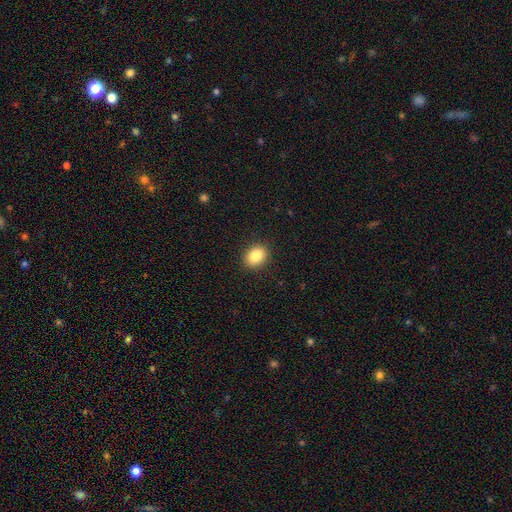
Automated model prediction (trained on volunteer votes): Smooth or featured? Predicted: smooth (p=0.86). How rounded? Predicted: in between (p=0.68). Merging? Predicted: none (p=0.90).